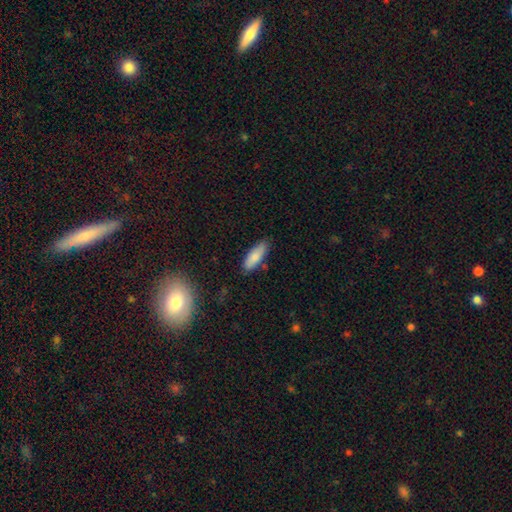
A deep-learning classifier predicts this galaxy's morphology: Smooth or featured: smooth — 82% (featured or disk — 11%)
How rounded: in between — 63% (cigar-shaped — 35%)
Merging: none — 81% (minor disturbance — 13%)